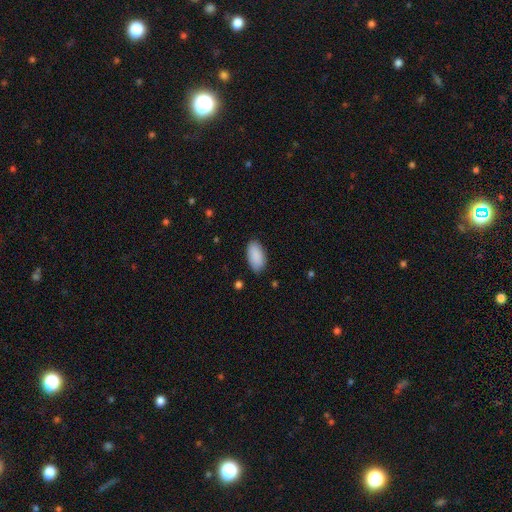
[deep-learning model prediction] Overall: smooth (90%). How rounded: in between (95%). Merging: none (86%).